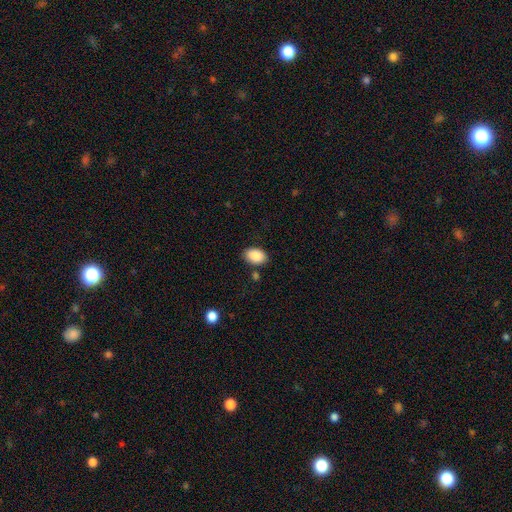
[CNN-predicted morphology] The model was most divided on "merging": none: 82%, minor disturbance: 12%, merger: 4%, major disturbance: 3%. More confident: smooth or featured — smooth (89%); how rounded — in between (87%).